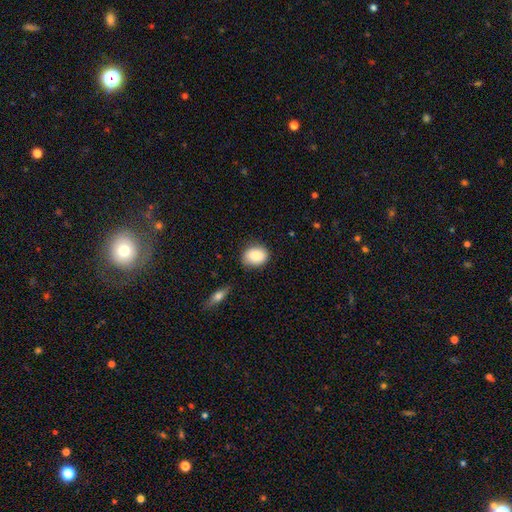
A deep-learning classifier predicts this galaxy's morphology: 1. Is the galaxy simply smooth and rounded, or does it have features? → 86% smooth, 7% star or artifact, 6% featured or disk.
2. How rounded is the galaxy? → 50% round, 48% in between, 1% cigar-shaped.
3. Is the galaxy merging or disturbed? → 82% none, 13% minor disturbance, 3% major disturbance, 2% merger.